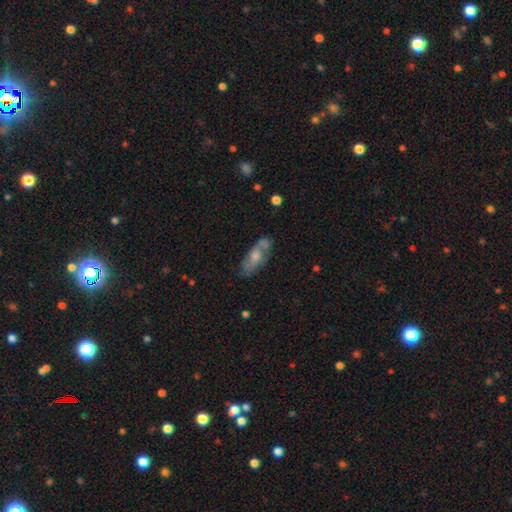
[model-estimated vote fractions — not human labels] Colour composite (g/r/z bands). It shows a featured or disk galaxy (56%). Merging: none (67%).